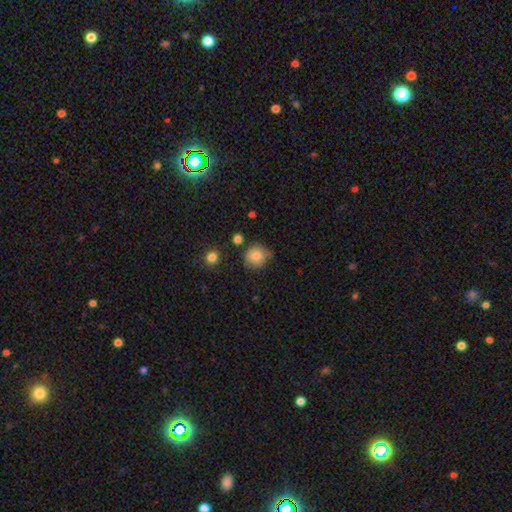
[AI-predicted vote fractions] Smooth or featured: smooth — 80% (star or artifact — 10%)
How rounded: round — 89% (in between — 10%)
Merging: none — 69% (minor disturbance — 21%)